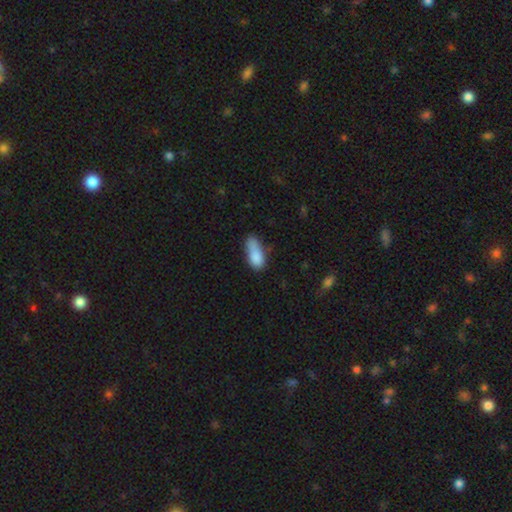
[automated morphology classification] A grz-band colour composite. It shows a smooth galaxy with no disk features (81%) that is in between round and cigar-shaped (77%). Merging: none (38%).